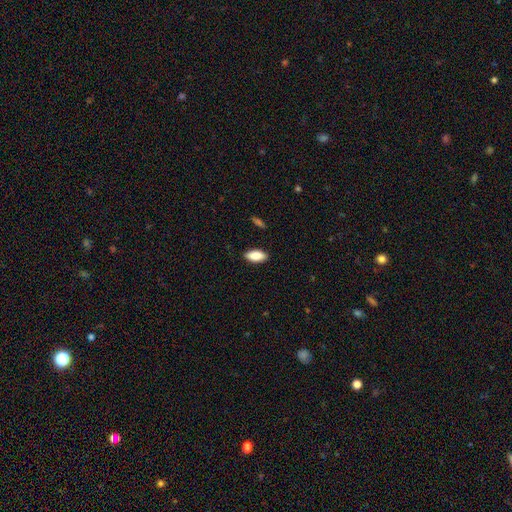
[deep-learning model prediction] The model was most divided on "smooth or featured": smooth: 86%, featured or disk: 8%, star or artifact: 6%. More confident: how rounded — in between (89%); merging — none (88%).